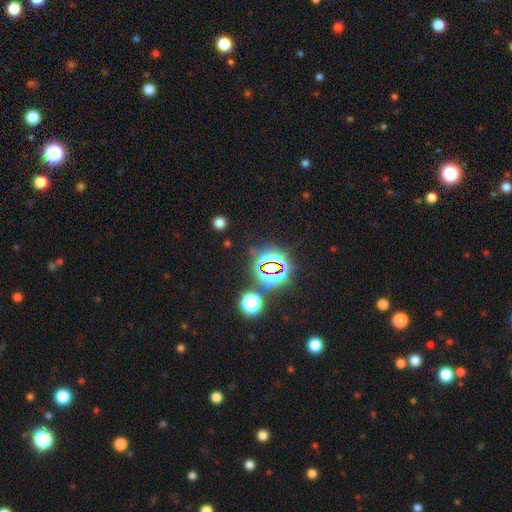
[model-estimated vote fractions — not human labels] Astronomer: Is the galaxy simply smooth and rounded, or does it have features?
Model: star or artifact — 78%.